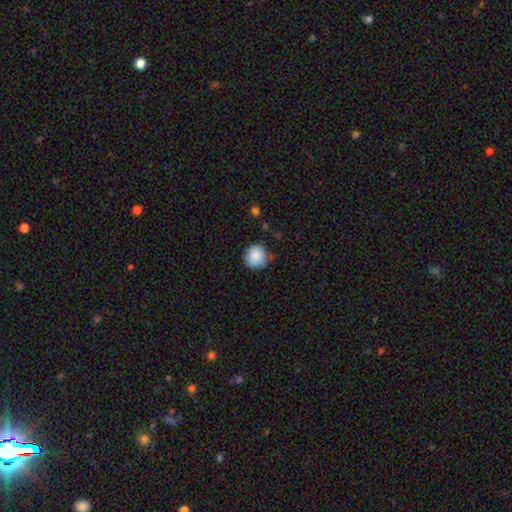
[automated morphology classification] smooth_or_featured: smooth (p=0.88) [alt: star or artifact p=0.08]
how_rounded: round (p=0.90) [alt: in between p=0.09]
merging: none (p=0.74) [alt: minor disturbance p=0.20]